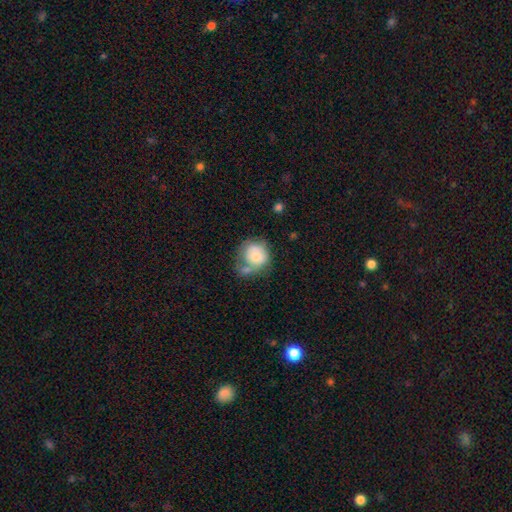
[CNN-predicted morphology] This is likely a smooth galaxy (63%). How rounded: likely round (76%). Merging: marginally none (31%).